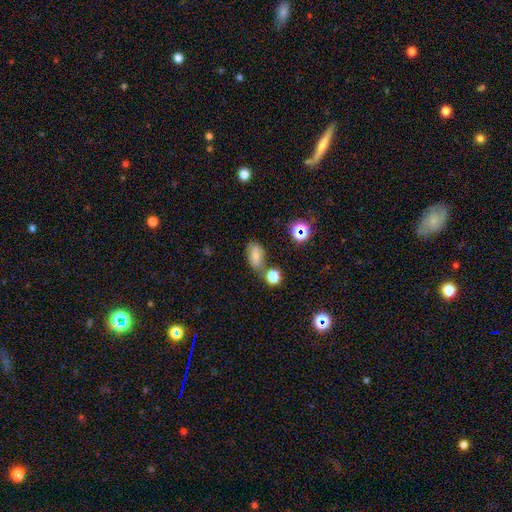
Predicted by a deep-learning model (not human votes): smooth-or-featured: smooth: 63% | featured or disk: 21% | star or artifact: 15%
  how-rounded: in between: 82% | round: 12% | cigar-shaped: 6%
  merging: none: 63% | minor disturbance: 17% | merger: 14% | major disturbance: 6%